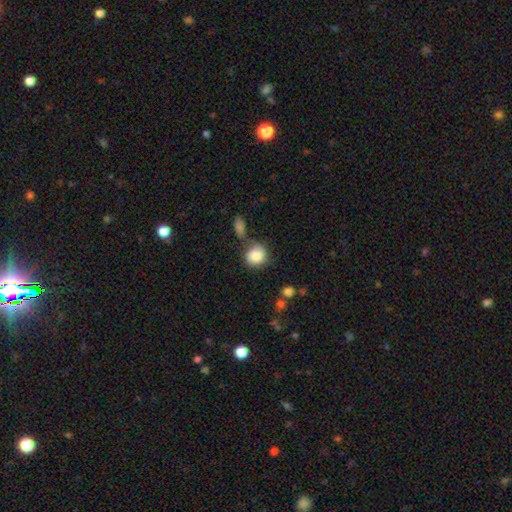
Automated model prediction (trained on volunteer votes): Smooth or featured? Predicted: smooth (p=0.86). How rounded? Predicted: round (p=0.85). Merging? Predicted: none (p=0.63).